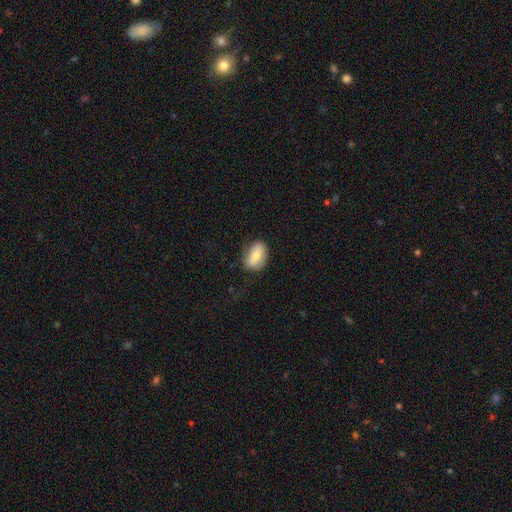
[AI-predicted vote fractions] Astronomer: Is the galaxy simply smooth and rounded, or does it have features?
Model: smooth — 72%.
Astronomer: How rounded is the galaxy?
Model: in between — 86%.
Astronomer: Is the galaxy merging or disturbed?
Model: none — 74%.